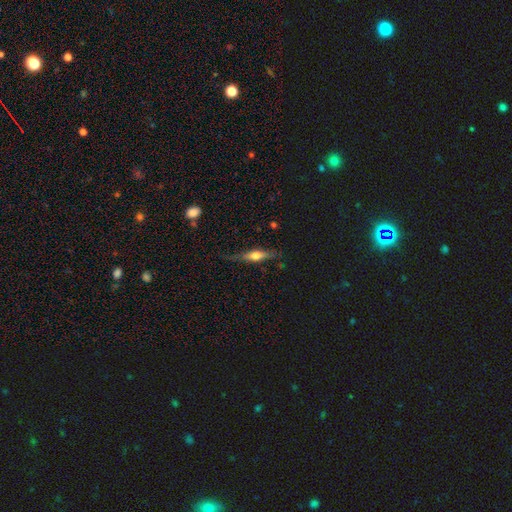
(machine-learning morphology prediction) featured or disk 51%, smooth 42%, star or artifact 7%. Down the decision tree: edge-on disk — yes (91%); merging — none (70%).